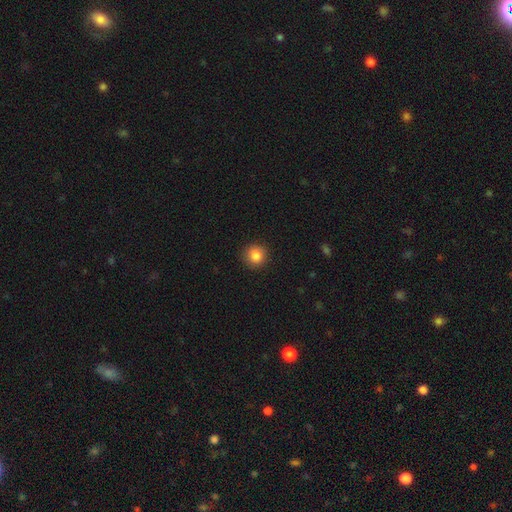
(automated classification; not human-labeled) Q: Smooth or featured?
A: smooth (85%); runner-up: star or artifact (10%)
Q: How rounded?
A: round (93%); runner-up: in between (6%)
Q: Merging?
A: none (90%); runner-up: minor disturbance (7%)